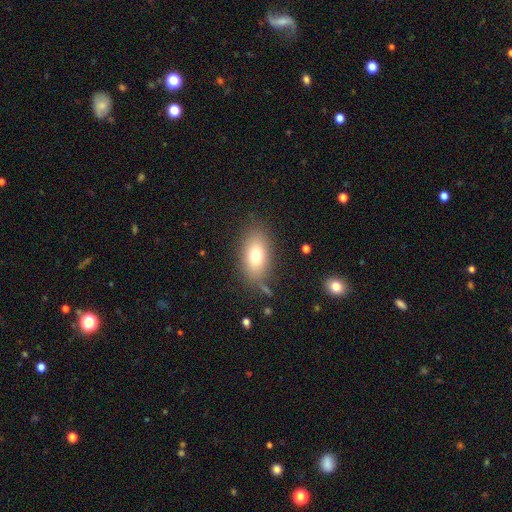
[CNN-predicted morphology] A smooth galaxy with no disk features (76%) that is in between round and cigar-shaped (88%).

Vote fractions:
- Smooth or featured? smooth: 76% / featured or disk: 15% / star or artifact: 9%
- How rounded? in between: 88% / round: 9% / cigar-shaped: 3%
- Merging? none: 76% / minor disturbance: 14% / major disturbance: 6% / merger: 4%